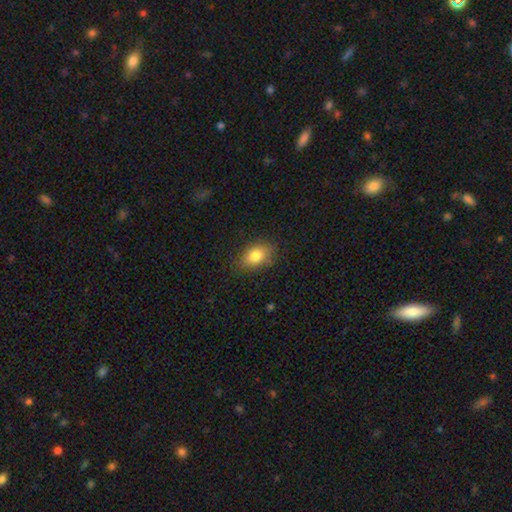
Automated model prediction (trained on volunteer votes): This is clearly a smooth galaxy (81%). How rounded: clearly in between (82%). Merging: likely none (79%).